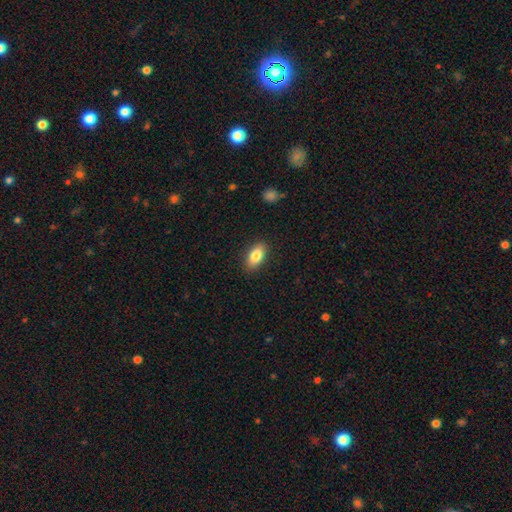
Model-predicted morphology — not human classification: smooth-or-featured: smooth: 84% | featured or disk: 9% | star or artifact: 7%
  how-rounded: in between: 91% | cigar-shaped: 5% | round: 4%
  merging: none: 88% | minor disturbance: 8% | major disturbance: 2% | merger: 1%